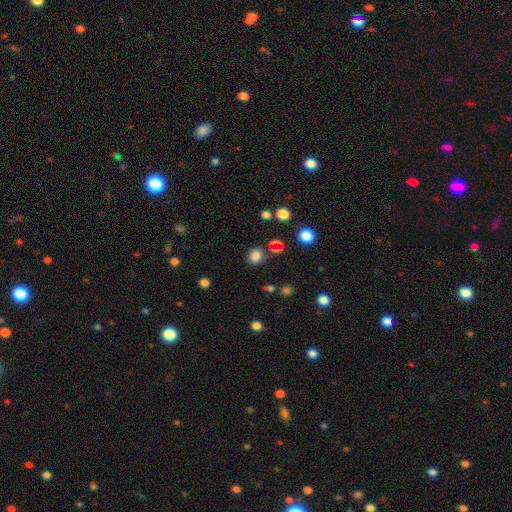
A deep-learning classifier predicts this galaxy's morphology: Smooth or featured? smooth (81%)
How rounded? round (81%)
Merging? none (78%)